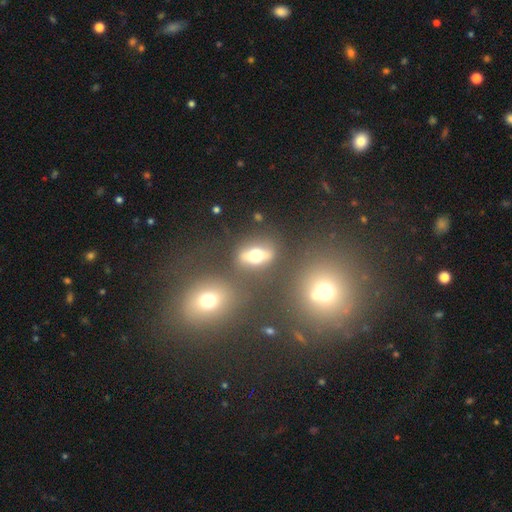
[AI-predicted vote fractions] Smooth or featured: smooth — 48% (featured or disk — 39%)
Merging: none — 75% (minor disturbance — 11%)